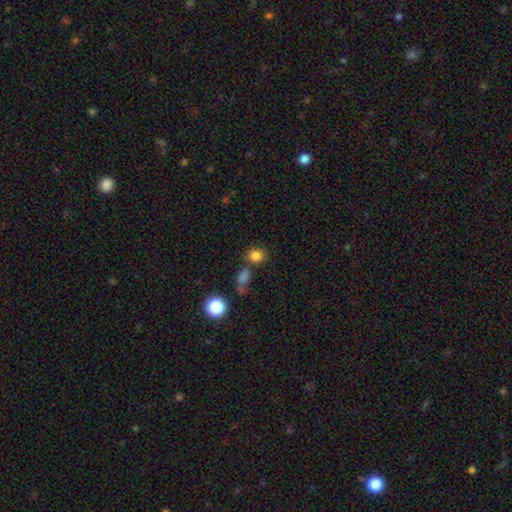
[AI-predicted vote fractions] Morphology: type=smooth (81%); roundness=round (74%); merging=none (68%).